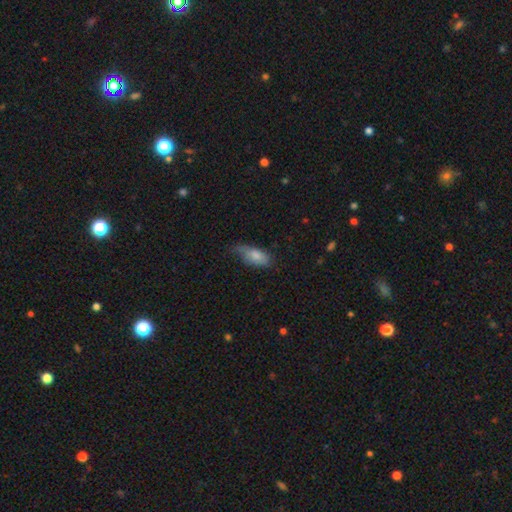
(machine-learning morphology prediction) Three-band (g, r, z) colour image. It shows a smooth galaxy with no disk features (79%) that is in between round and cigar-shaped (85%). Merging: minor disturbance (41%).